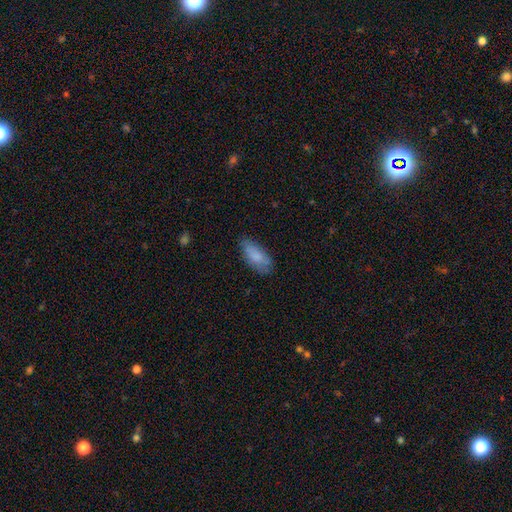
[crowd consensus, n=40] This is likely a smooth galaxy (72%). How rounded: clearly in between (97%). Merging: likely none (72%).